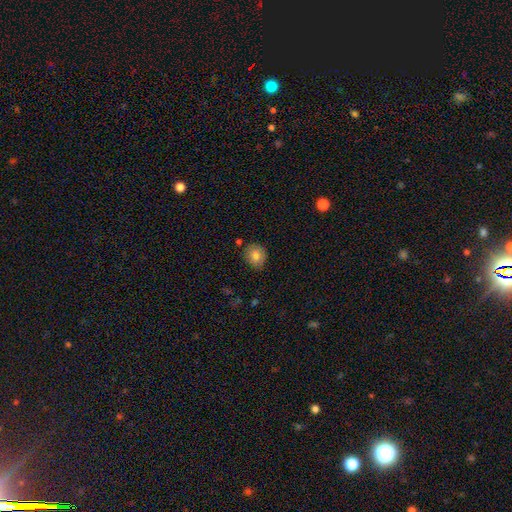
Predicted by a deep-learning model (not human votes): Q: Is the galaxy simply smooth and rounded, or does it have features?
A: smooth — 83%.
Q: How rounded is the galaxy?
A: round — 66%.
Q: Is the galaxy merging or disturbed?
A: none — 79%.